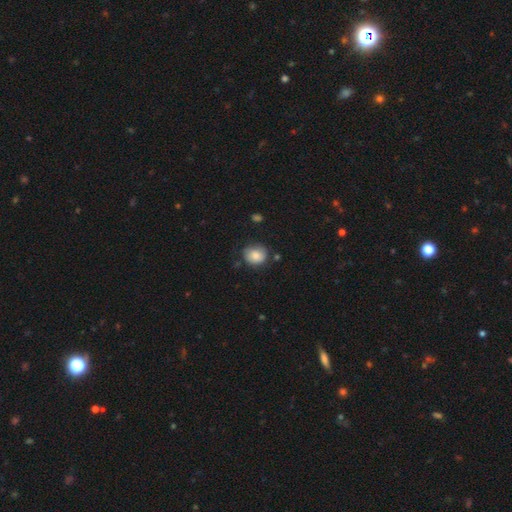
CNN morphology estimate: Smooth or featured: smooth — 81% (featured or disk — 11%)
How rounded: round — 72% (in between — 27%)
Merging: none — 69% (minor disturbance — 22%)